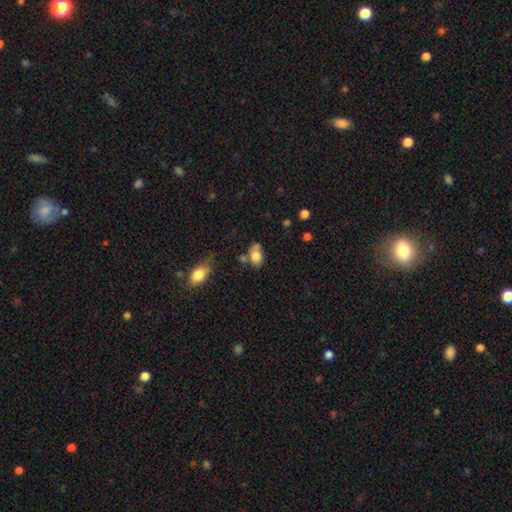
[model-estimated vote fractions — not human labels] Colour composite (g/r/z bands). It shows a smooth galaxy with no disk features (77%) that is in between round and cigar-shaped (88%). Merging: none (49%).